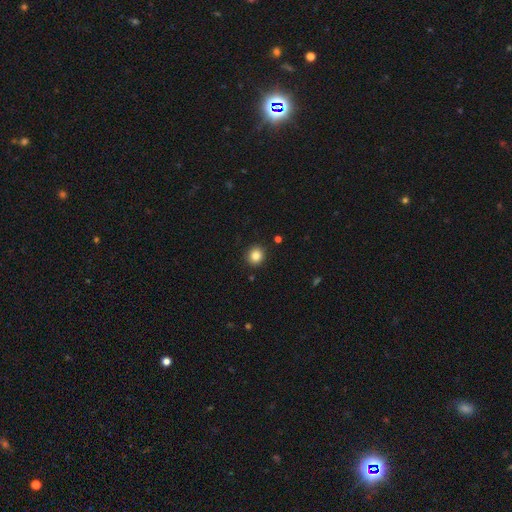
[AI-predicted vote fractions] Q: Smooth or featured?
A: smooth (84%); runner-up: star or artifact (10%)
Q: How rounded?
A: round (85%); runner-up: in between (14%)
Q: Merging?
A: none (91%); runner-up: minor disturbance (6%)